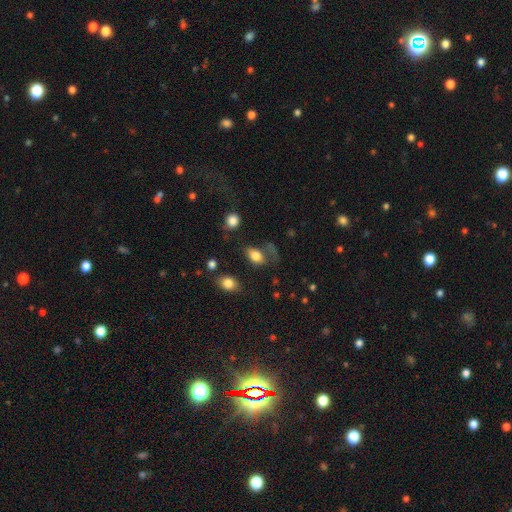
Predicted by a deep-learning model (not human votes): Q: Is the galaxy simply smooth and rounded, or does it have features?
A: smooth — 80%.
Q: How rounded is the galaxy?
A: in between — 86%.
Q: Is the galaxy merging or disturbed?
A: none — 47%.